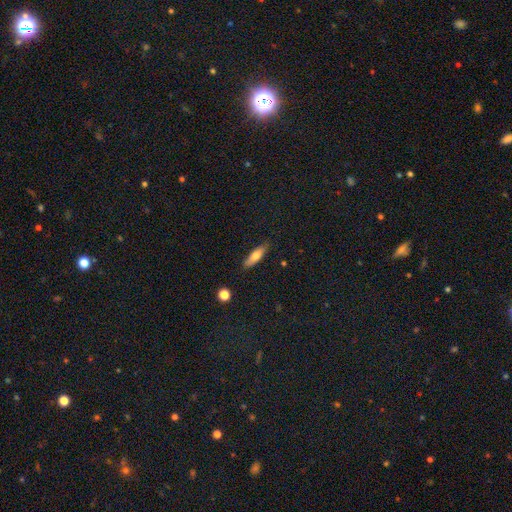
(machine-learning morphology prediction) A smooth galaxy with no disk features (66%) that is cigar-shaped (63%). Merging: none (85%).